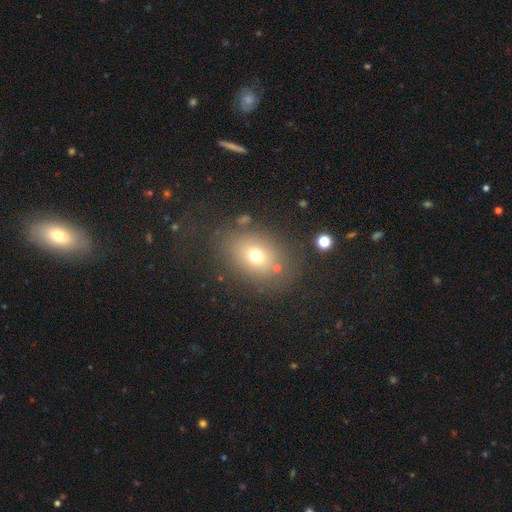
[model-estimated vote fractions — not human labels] A smooth galaxy with no disk features (69%) that is in between round and cigar-shaped (62%). Merging: none (73%).